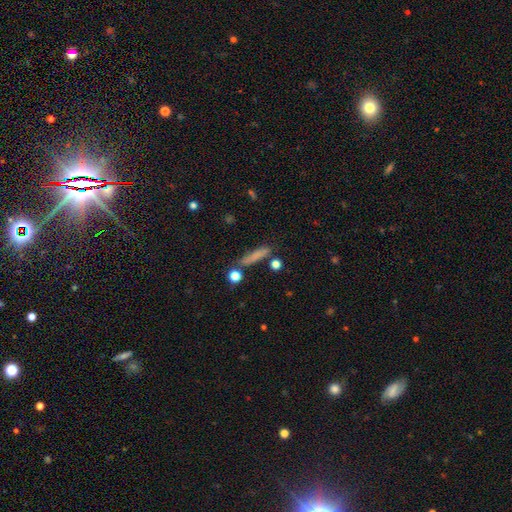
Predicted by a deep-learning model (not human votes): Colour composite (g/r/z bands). It shows a smooth galaxy with no disk features (74%) that is cigar-shaped (85%). Merging: none (76%).